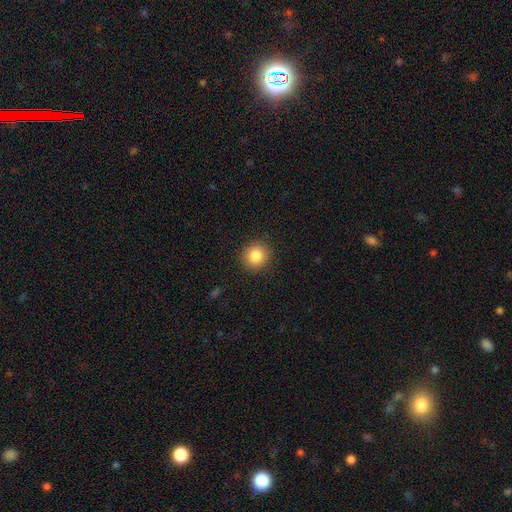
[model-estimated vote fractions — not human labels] Overall: smooth (85%). How rounded: round (91%). Merging: none (90%).